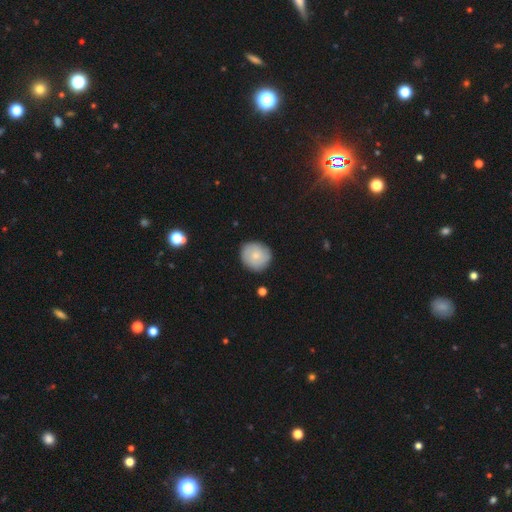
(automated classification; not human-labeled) Smooth or featured? Predicted: smooth (p=0.73). How rounded? Predicted: round (p=0.88). Merging? Predicted: none (p=0.86).